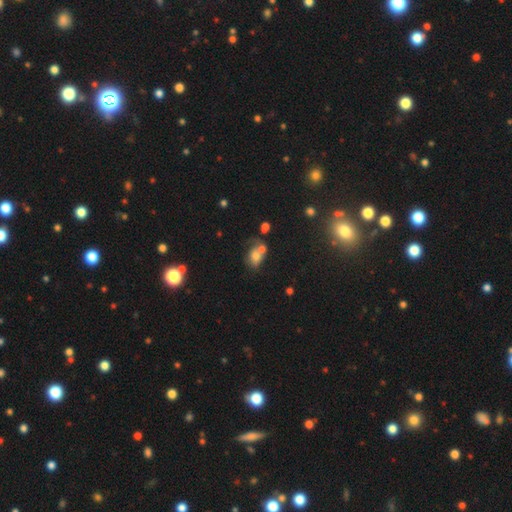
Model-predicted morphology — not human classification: This appears to be a smooth galaxy with no disk features (63%) that is in between round and cigar-shaped (70%). Merging: merger (36%).